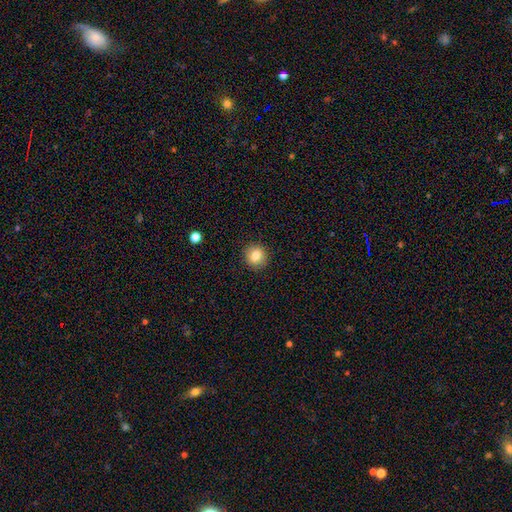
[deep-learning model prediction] A smooth galaxy with no disk features (82%) that is round (91%). Merging: none (91%).